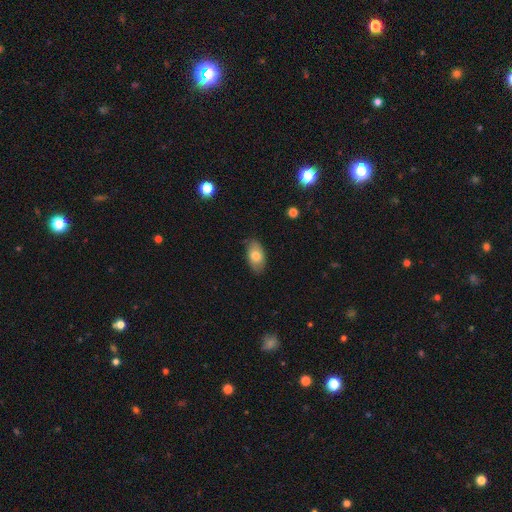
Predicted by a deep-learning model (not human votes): Morphology: type=smooth (76%); roundness=in between (93%); merging=none (83%).